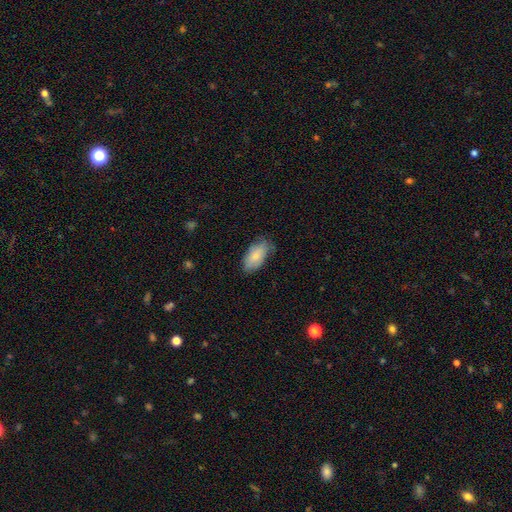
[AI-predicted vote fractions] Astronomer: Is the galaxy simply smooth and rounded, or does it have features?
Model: smooth — 82%.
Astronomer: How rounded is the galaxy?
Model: in between — 93%.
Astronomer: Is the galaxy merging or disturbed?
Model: none — 66%.